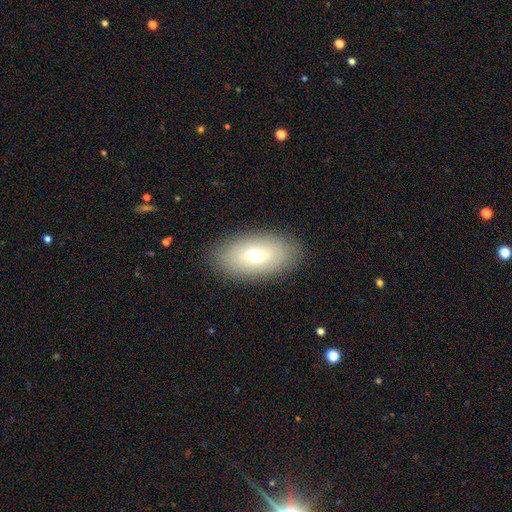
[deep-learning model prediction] smooth_or_featured: smooth (p=0.66) [alt: featured or disk p=0.25]
how_rounded: in between (p=0.91) [alt: round p=0.07]
merging: none (p=0.87) [alt: minor disturbance p=0.09]